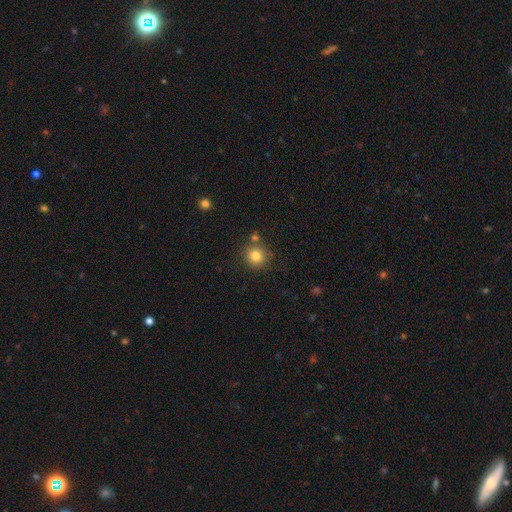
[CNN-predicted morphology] A smooth galaxy with no disk features (82%) that is round (92%).

Vote fractions:
- Smooth or featured? smooth: 82% / star or artifact: 11% / featured or disk: 7%
- How rounded? round: 92% / in between: 7% / cigar-shaped: 1%
- Merging? none: 79% / merger: 9% / minor disturbance: 9% / major disturbance: 3%